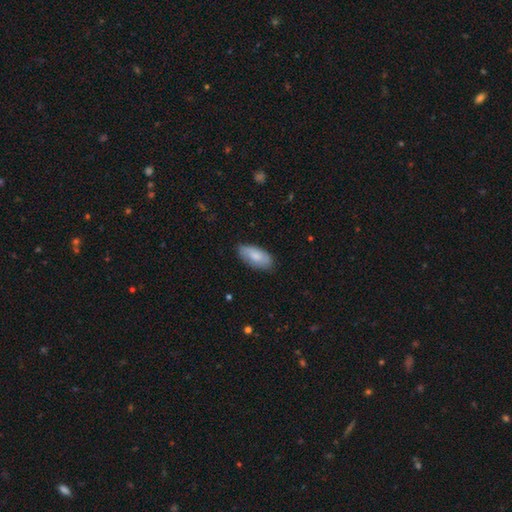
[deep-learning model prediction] smooth_or_featured: smooth (p=0.78) [alt: featured or disk p=0.17]
how_rounded: in between (p=0.91) [alt: cigar-shaped p=0.07]
merging: none (p=0.78) [alt: minor disturbance p=0.18]